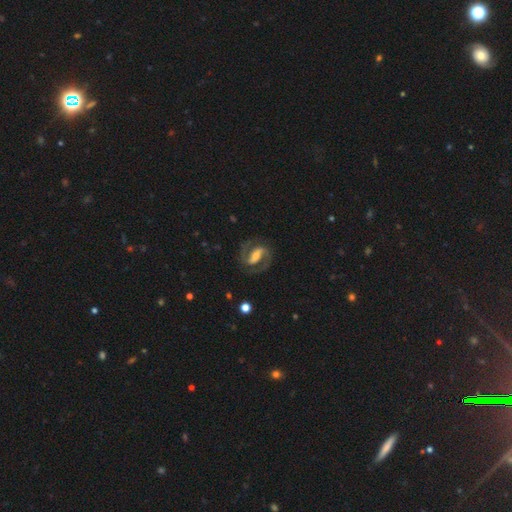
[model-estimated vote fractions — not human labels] Overall: featured or disk (88%). Edge-on disk: no (97%). Bar: strong (60%; weak 30%). Spiral arms: yes (97%). Spiral arm count: 2 (94%). Spiral winding: medium (60%; tight 25%). Bulge size: moderate (42%; small 33%). Merging: none (82%).